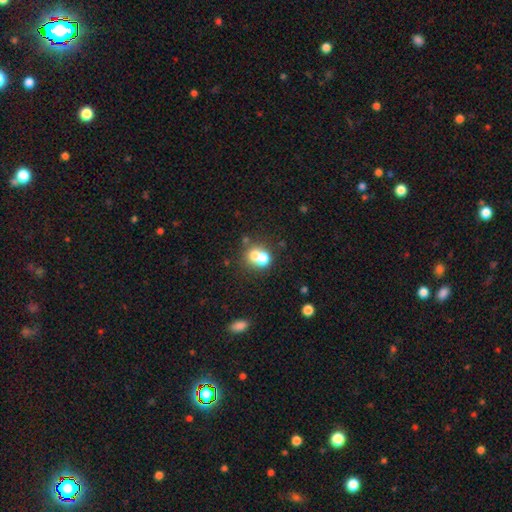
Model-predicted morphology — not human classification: type=smooth (66%); roundness=round (69%); merging=merger (56%).